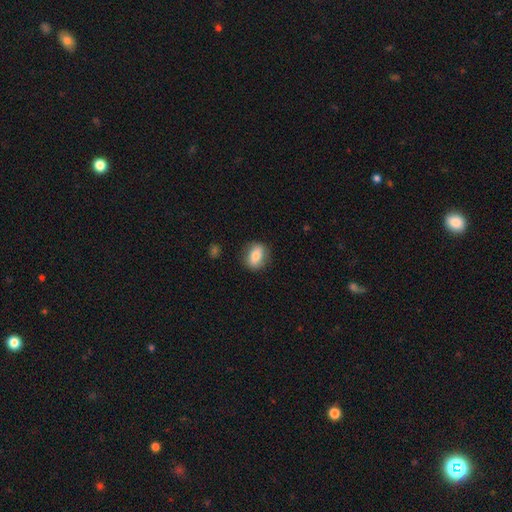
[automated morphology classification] Q: Smooth or featured?
A: smooth (76%); runner-up: featured or disk (17%)
Q: How rounded?
A: in between (62%); runner-up: round (36%)
Q: Merging?
A: none (83%); runner-up: minor disturbance (13%)